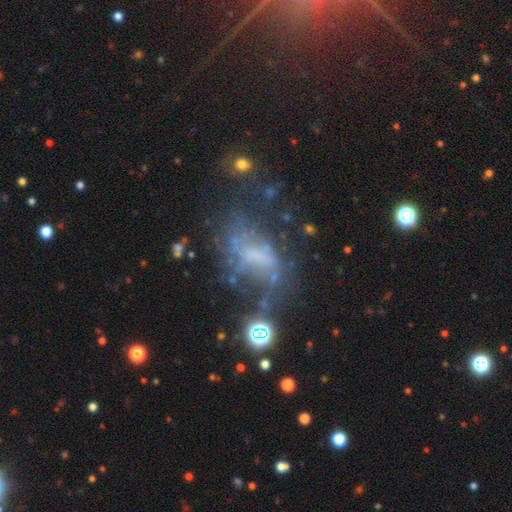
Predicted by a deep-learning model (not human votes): A featured or disk galaxy (51%).

Vote fractions:
- Smooth or featured? featured or disk: 51% / smooth: 28% / star or artifact: 21%
- Edge-on disk? no: 93% / yes: 7%
- Merging? major disturbance: 35% / none: 34% / minor disturbance: 20% / merger: 11%